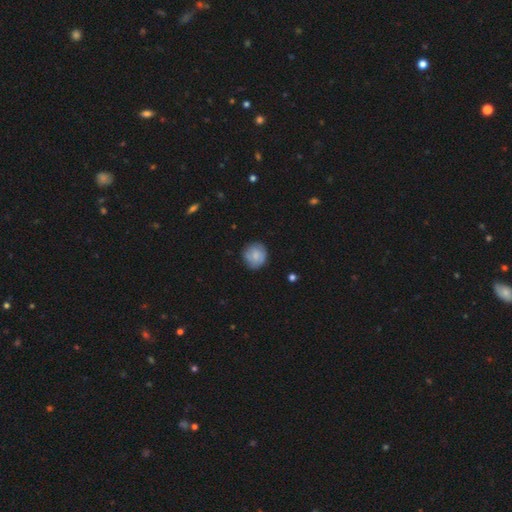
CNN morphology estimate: Smooth or featured? smooth (73%)
How rounded? round (89%)
Merging? none (82%)